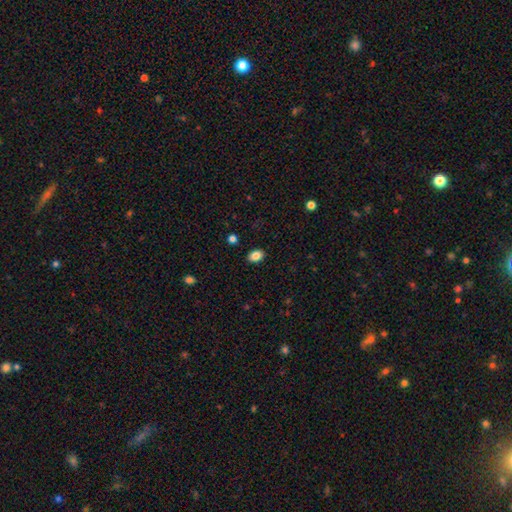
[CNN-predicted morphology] Smooth or featured? Predicted: smooth (p=0.86). How rounded? Predicted: in between (p=0.79). Merging? Predicted: none (p=0.89).